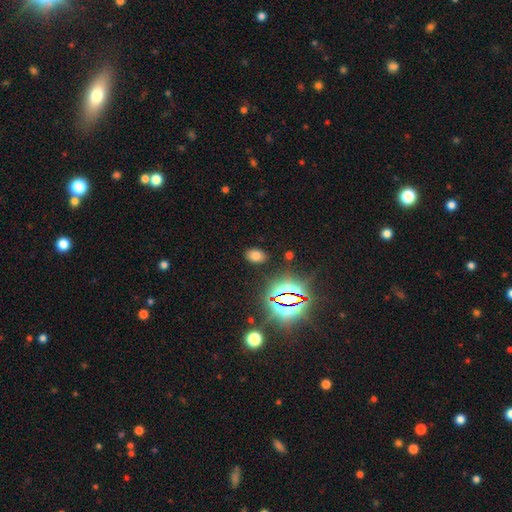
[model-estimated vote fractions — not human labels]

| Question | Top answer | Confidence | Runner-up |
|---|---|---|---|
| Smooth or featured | smooth | 67% | star or artifact (26%) |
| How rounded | in between | 84% | round (15%) |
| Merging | none | 86% | minor disturbance (9%) |